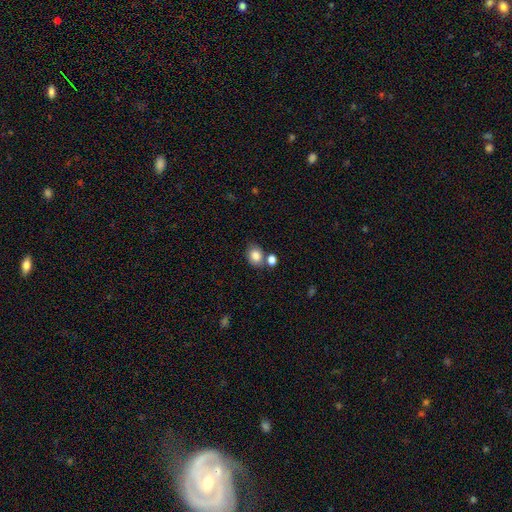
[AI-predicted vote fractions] A smooth galaxy with no disk features (84%) that is in between round and cigar-shaped (52%). Merging: none (59%).